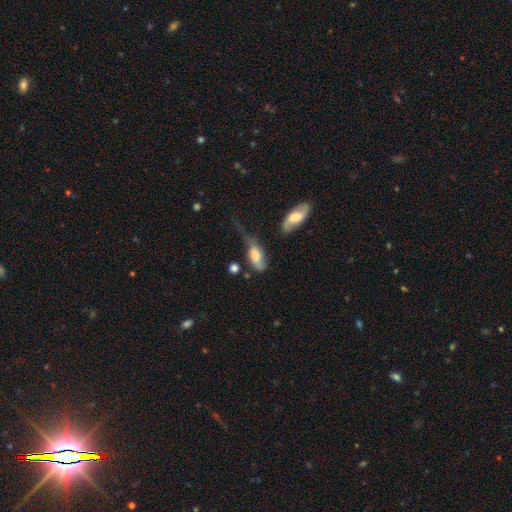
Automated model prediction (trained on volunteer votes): smooth 62%, featured or disk 30%, star or artifact 7%. Down the decision tree: how rounded — in between (85%); merging — major disturbance (34%).